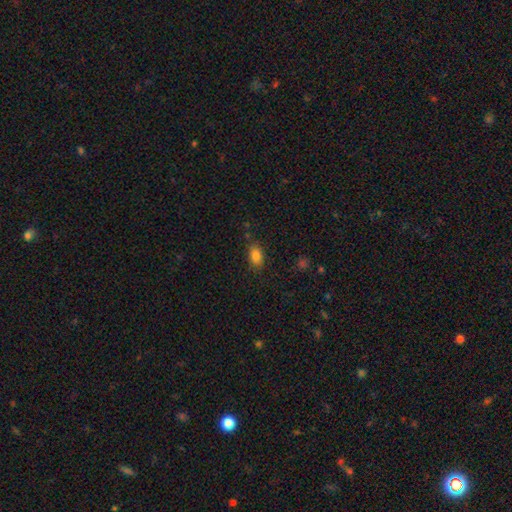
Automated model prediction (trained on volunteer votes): Smooth or featured: smooth — 84% (star or artifact — 10%)
How rounded: in between — 86% (round — 11%)
Merging: none — 80% (minor disturbance — 14%)